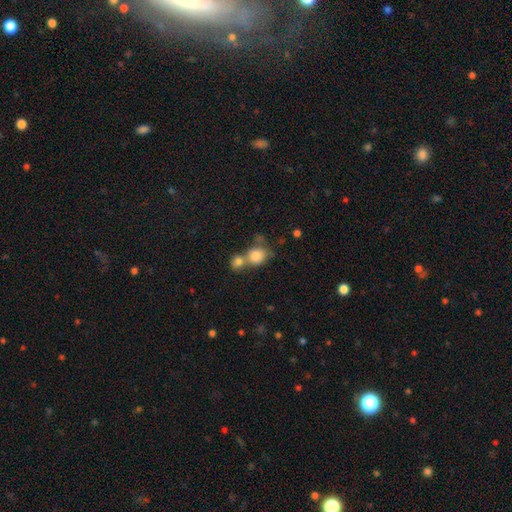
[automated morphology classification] type=smooth (82%); roundness=round (67%); merging=merger (58%).